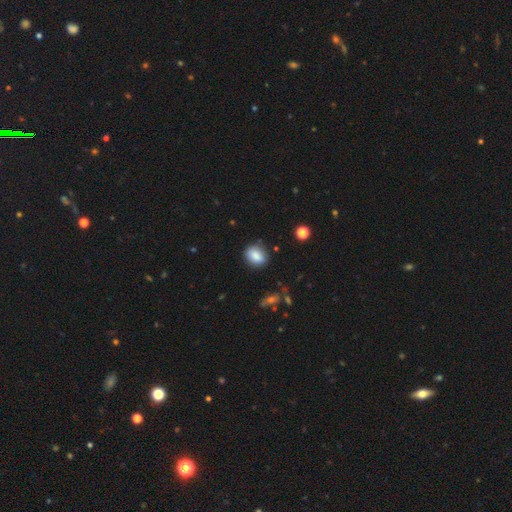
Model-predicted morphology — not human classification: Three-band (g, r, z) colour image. It shows a smooth galaxy with no disk features (84%) that is in between round and cigar-shaped (57%). Merging: none (81%).